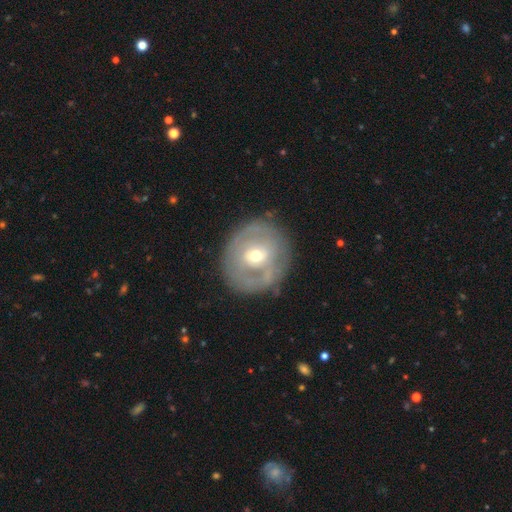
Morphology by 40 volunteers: A featured or disk galaxy (75%) with no bar (83%), tight (53%) spiral arms (50%, tied with no) and a small central bulge (53%). Merging: none (74%).